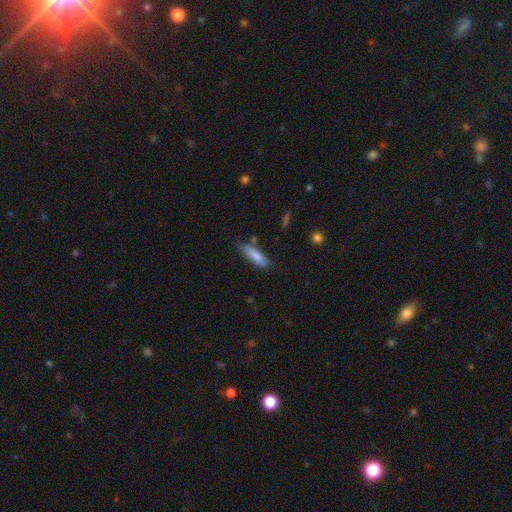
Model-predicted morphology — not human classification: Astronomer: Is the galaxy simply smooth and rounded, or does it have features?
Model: smooth — 82%.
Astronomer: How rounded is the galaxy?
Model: cigar-shaped — 51% (runner-up: in between, 47%).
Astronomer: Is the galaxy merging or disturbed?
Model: none — 68%.